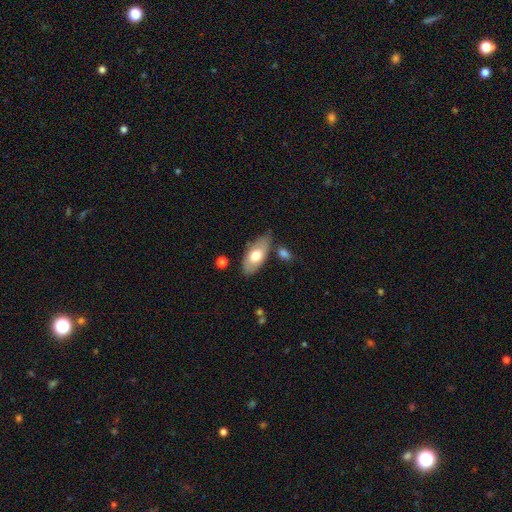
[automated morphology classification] Smooth or featured?
  - smooth: 65% *
  - featured or disk: 29%
  - star or artifact: 6%
How rounded?
  - in between: 90% *
  - cigar-shaped: 8%
  - round: 3%
Merging?
  - none: 72% *
  - minor disturbance: 18%
  - merger: 7%
  - major disturbance: 4%